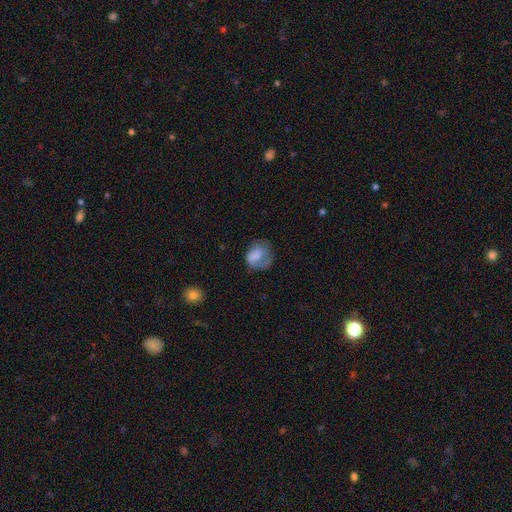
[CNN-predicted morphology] A smooth galaxy with no disk features (67%) that is round (52%).

Vote fractions:
- Smooth or featured? smooth: 67% / featured or disk: 24% / star or artifact: 9%
- How rounded? round: 52% / in between: 47% / cigar-shaped: 1%
- Merging? none: 41% / major disturbance: 29% / minor disturbance: 28% / merger: 2%